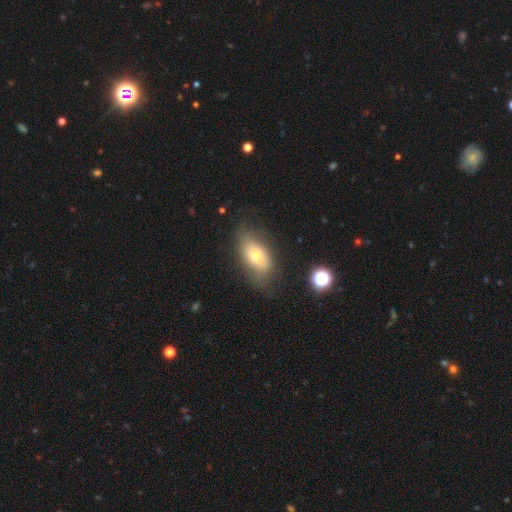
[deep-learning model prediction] Q: Smooth or featured?
A: smooth (64%); runner-up: featured or disk (26%)
Q: How rounded?
A: in between (86%); runner-up: cigar-shaped (8%)
Q: Merging?
A: none (71%); runner-up: minor disturbance (20%)